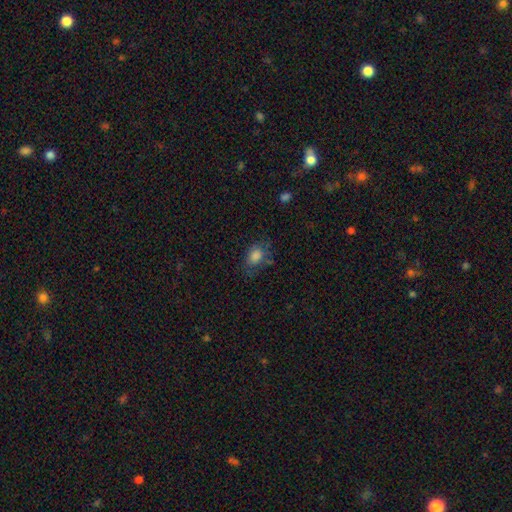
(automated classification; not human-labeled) Q: Smooth or featured?
A: smooth (81%); runner-up: star or artifact (11%)
Q: How rounded?
A: in between (75%); runner-up: round (23%)
Q: Merging?
A: none (65%); runner-up: minor disturbance (23%)